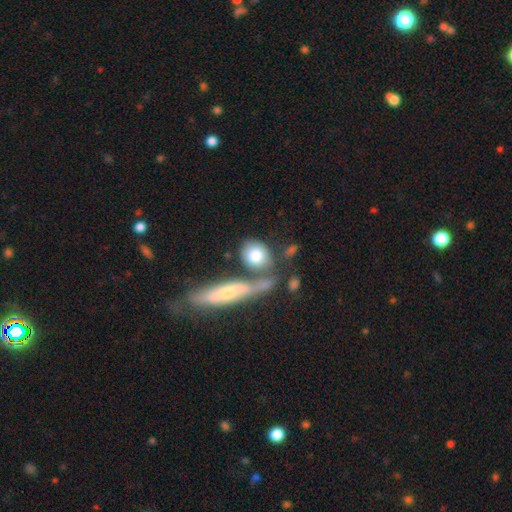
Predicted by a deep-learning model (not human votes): A smooth galaxy with no disk features (77%) that is round (52%).

Vote fractions:
- Smooth or featured? smooth: 77% / featured or disk: 16% / star or artifact: 6%
- How rounded? round: 52% / in between: 41% / cigar-shaped: 7%
- Merging? none: 48% / merger: 31% / minor disturbance: 13% / major disturbance: 7%